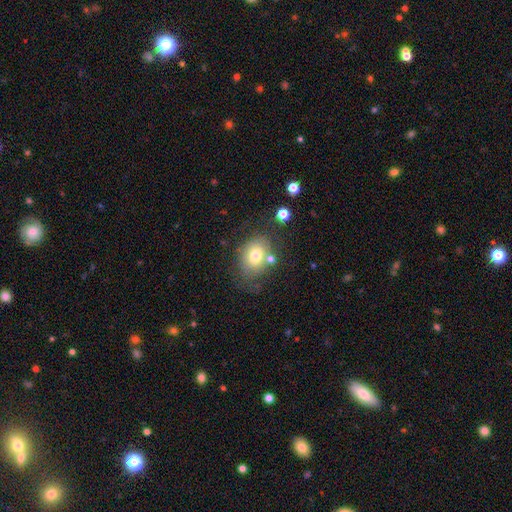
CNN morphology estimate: smooth-or-featured: smooth: 71% | featured or disk: 19% | star or artifact: 10%
  how-rounded: in between: 65% | round: 34% | cigar-shaped: 1%
  merging: none: 60% | minor disturbance: 21% | major disturbance: 10% | merger: 9%